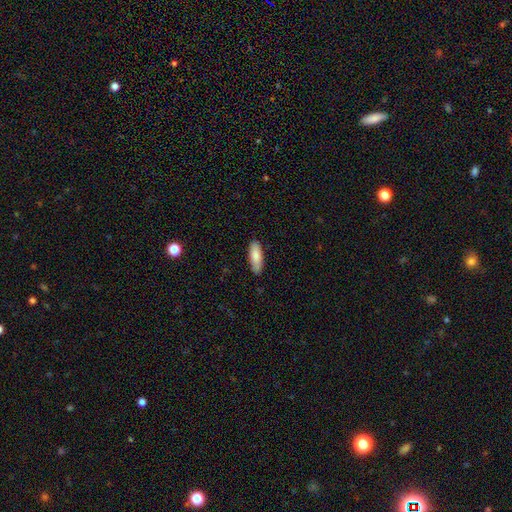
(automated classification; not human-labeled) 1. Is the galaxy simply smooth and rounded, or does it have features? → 82% smooth, 12% featured or disk, 6% star or artifact.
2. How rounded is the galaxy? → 65% in between, 33% cigar-shaped, 2% round.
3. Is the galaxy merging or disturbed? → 85% none, 12% minor disturbance, 2% major disturbance, 1% merger.